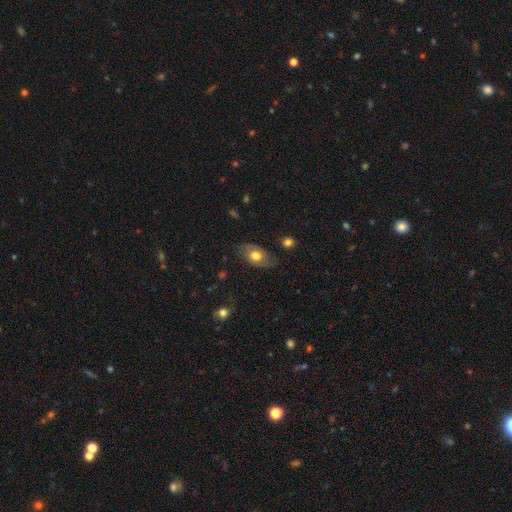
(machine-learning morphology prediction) This appears to be a smooth galaxy with no disk features (63%) that is in between round and cigar-shaped (82%). Merging: none (70%).